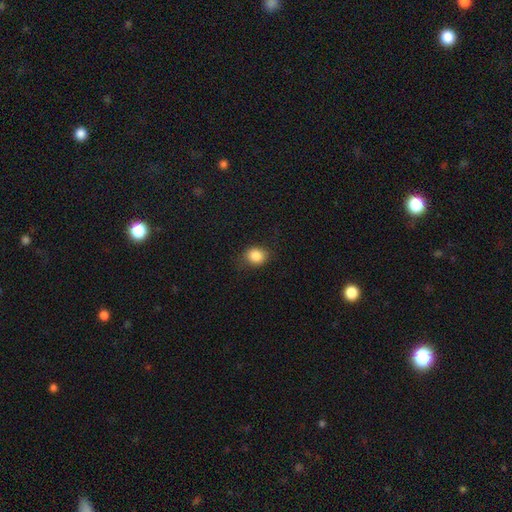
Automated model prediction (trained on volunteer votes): smooth-or-featured: smooth: 86% | star or artifact: 10% | featured or disk: 5%
  how-rounded: round: 61% | in between: 38% | cigar-shaped: 1%
  merging: none: 81% | minor disturbance: 14% | major disturbance: 4% | merger: 1%